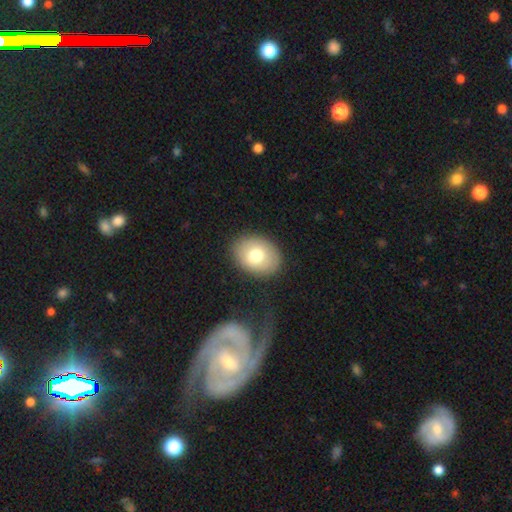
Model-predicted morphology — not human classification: This appears to be a smooth galaxy with no disk features (74%) that is in between round and cigar-shaped (65%). Merging: none (87%).